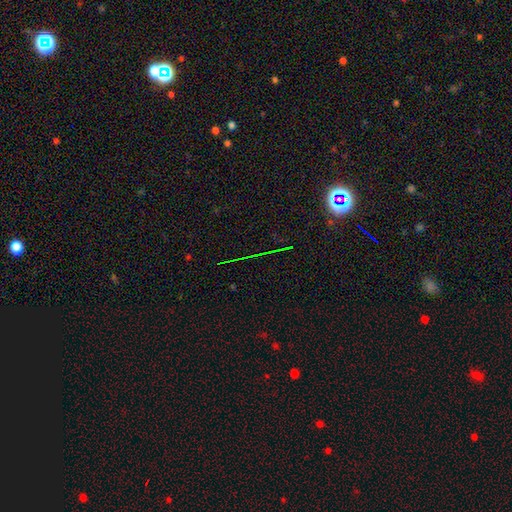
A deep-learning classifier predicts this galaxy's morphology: This appears to be a star or artifact, not a galaxy (80%).